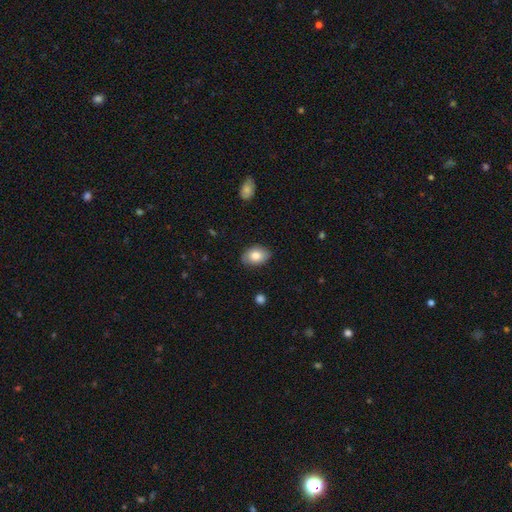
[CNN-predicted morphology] Smooth or featured? Predicted: smooth (p=0.80). How rounded? Predicted: in between (p=0.85). Merging? Predicted: none (p=0.83).